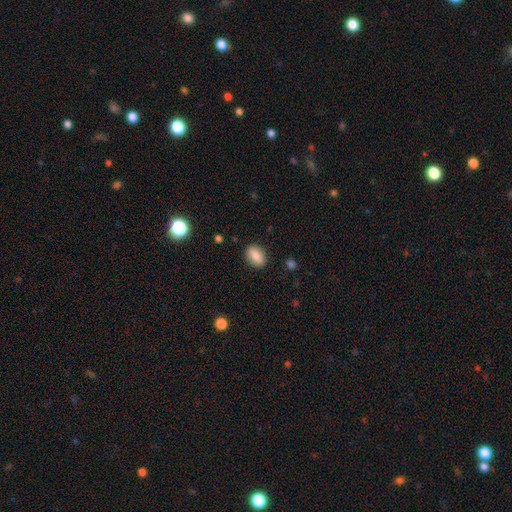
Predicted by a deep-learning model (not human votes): Q: Smooth or featured?
A: smooth (85%); runner-up: star or artifact (8%)
Q: How rounded?
A: in between (85%); runner-up: round (12%)
Q: Merging?
A: none (87%); runner-up: minor disturbance (9%)